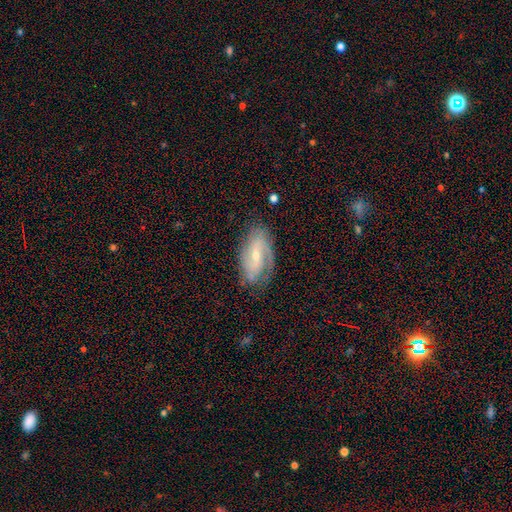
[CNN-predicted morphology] Smooth or featured?
  - featured or disk: 78% *
  - smooth: 16%
  - star or artifact: 6%
Edge-on disk?
  - no: 95% *
  - yes: 5%
Bar?
  - no: 42% * (tied)
  - weak: 42% * (tied)
  - strong: 16%
Spiral arms?
  - yes: 93% *
  - no: 7%
Spiral winding?
  - medium: 43% *
  - tight: 34%
  - loose: 23%
Spiral arm count?
  - 2: 63% *
  - can't tell: 16%
  - 1: 11%
  - 3: 6%
  - 4: 2%
  - more than 4: 2%
Bulge size?
  - small: 62% *
  - moderate: 34%
  - none: 2%
  - large: 1%
  - dominant: 1%
Merging?
  - none: 72% *
  - minor disturbance: 20%
  - major disturbance: 7%
  - merger: 2%